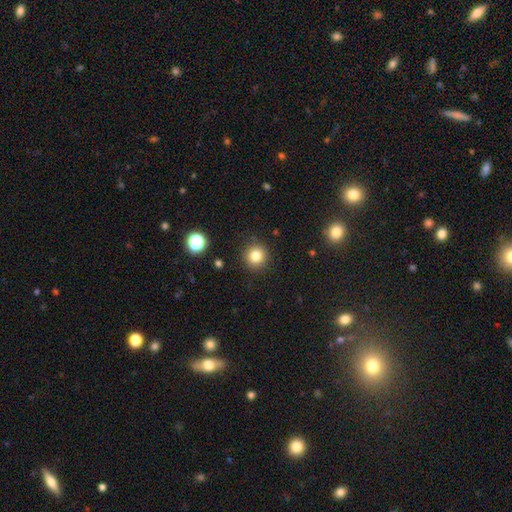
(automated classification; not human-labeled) Overall: smooth (81%). How rounded: round (93%). Merging: none (90%).